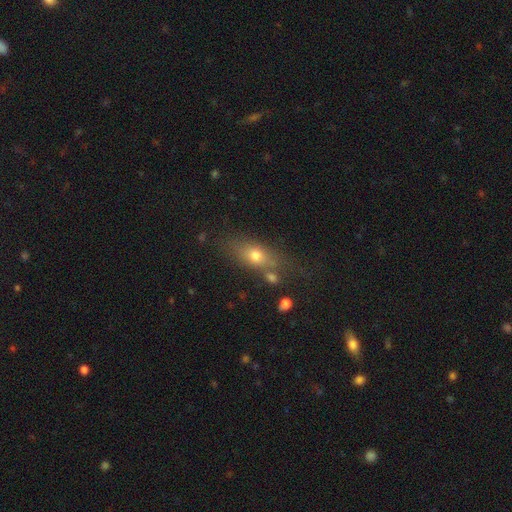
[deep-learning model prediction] A smooth galaxy with no disk features (68%) that is in between round and cigar-shaped (68%). Merging: none (61%).